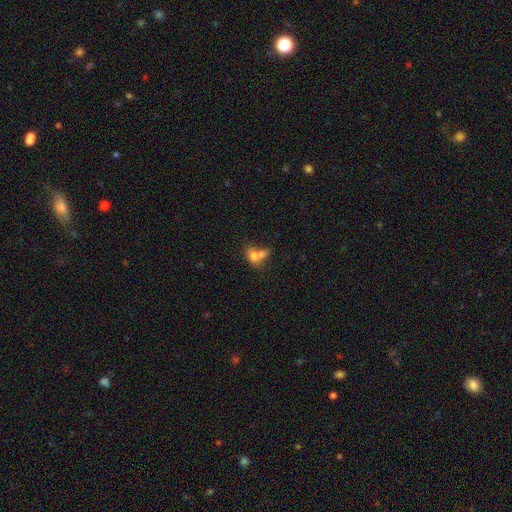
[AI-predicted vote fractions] This appears to be a smooth galaxy with no disk features (71%) that is in between round and cigar-shaped (69%). Merging: merger (65%).